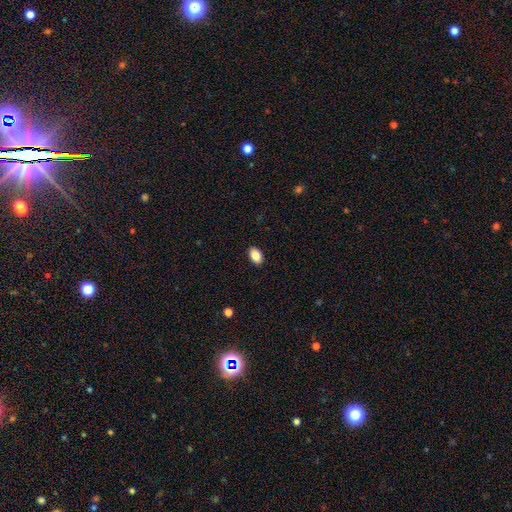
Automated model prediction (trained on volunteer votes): smooth-or-featured: smooth: 86% | star or artifact: 8% | featured or disk: 6%
  how-rounded: in between: 88% | round: 11% | cigar-shaped: 1%
  merging: none: 89% | minor disturbance: 8% | major disturbance: 2% | merger: 1%